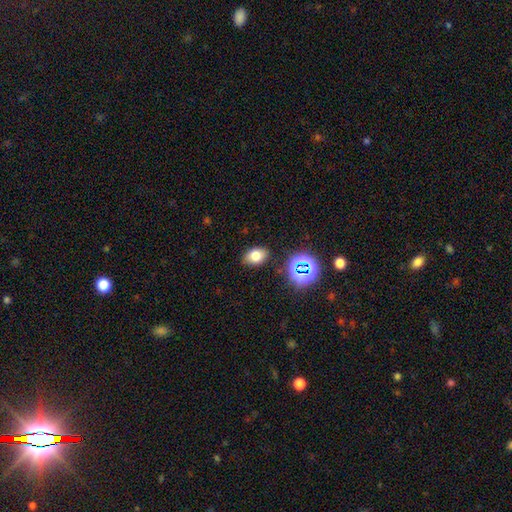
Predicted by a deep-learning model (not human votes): Q: Smooth or featured?
A: smooth (73%); runner-up: star or artifact (16%)
Q: How rounded?
A: in between (79%); runner-up: round (20%)
Q: Merging?
A: none (85%); runner-up: minor disturbance (10%)